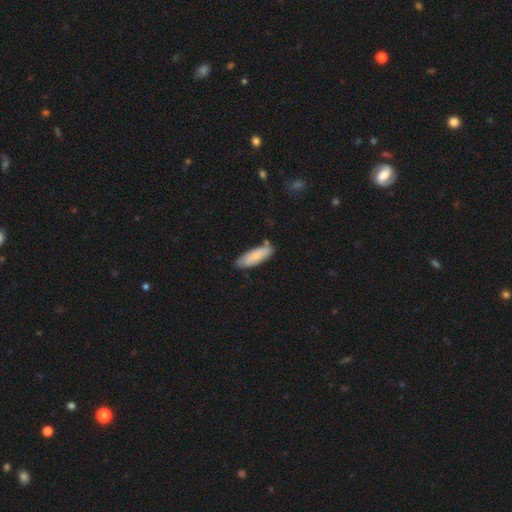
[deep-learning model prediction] Morphology: type=smooth (77%); roundness=in between (55%); merging=none (70%).